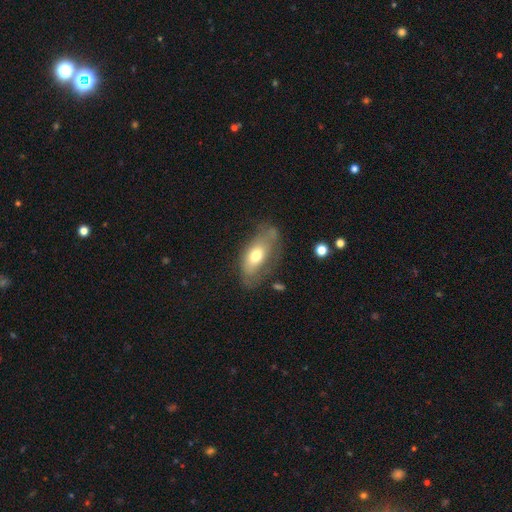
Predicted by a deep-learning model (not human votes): This appears to be a smooth galaxy with no disk features (60%) that is in between round and cigar-shaped (85%). Merging: none (52%).